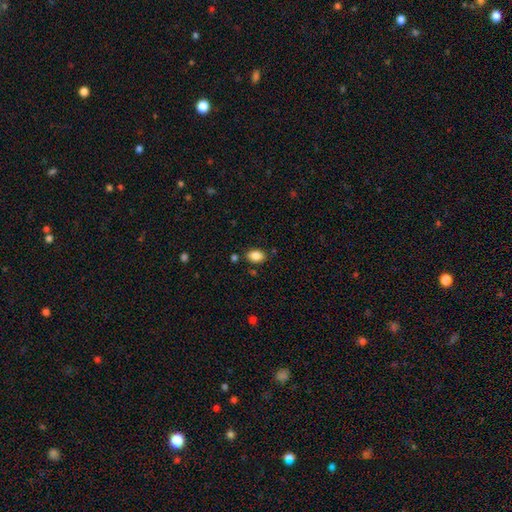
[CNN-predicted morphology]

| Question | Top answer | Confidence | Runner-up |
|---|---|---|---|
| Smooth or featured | smooth | 87% | star or artifact (8%) |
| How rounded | in between | 87% | round (12%) |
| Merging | none | 83% | minor disturbance (11%) |